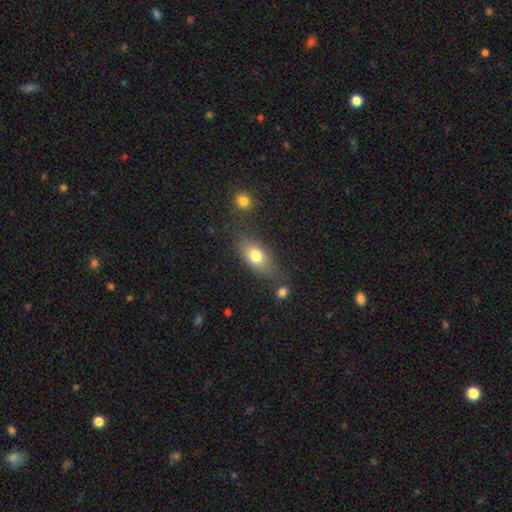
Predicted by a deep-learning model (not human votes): Smooth or featured: smooth — 75% (featured or disk — 16%)
How rounded: in between — 79% (round — 11%)
Merging: none — 66% (minor disturbance — 19%)